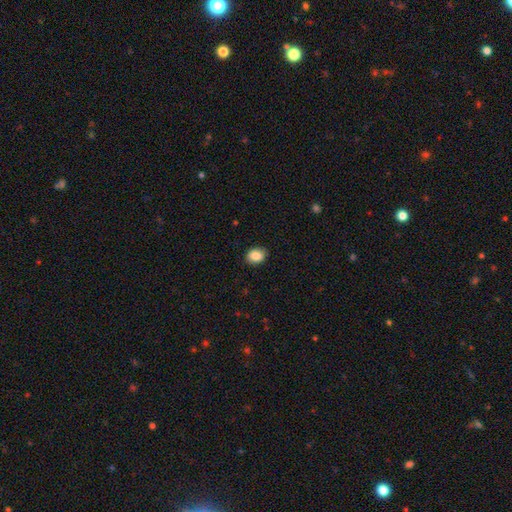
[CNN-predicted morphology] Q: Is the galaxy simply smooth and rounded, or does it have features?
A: smooth — 87%.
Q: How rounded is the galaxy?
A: in between — 63%.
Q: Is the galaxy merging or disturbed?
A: none — 89%.